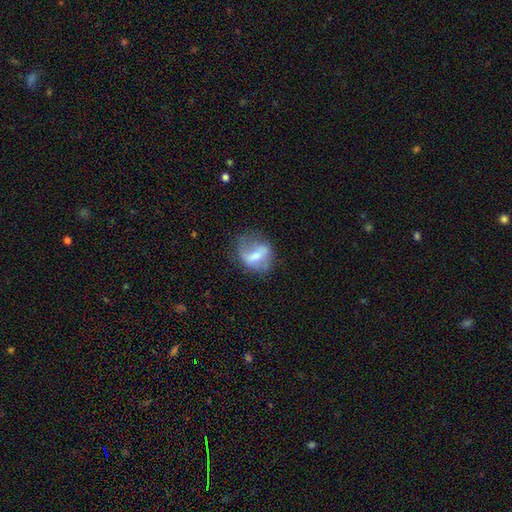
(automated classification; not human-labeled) A featured or disk galaxy (49%). Merging: none (44%).